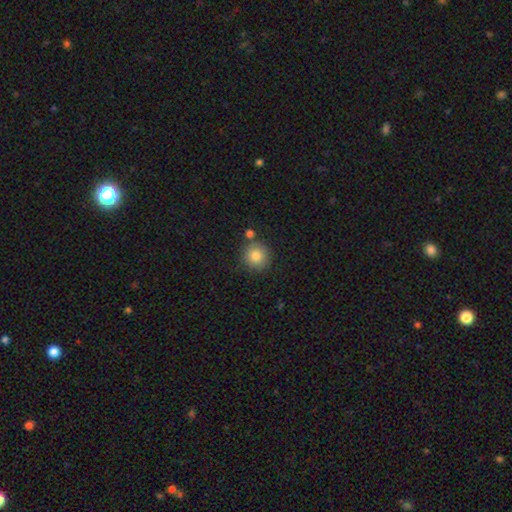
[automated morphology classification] A smooth galaxy with no disk features (83%) that is round (94%).

Vote fractions:
- Smooth or featured? smooth: 83% / star or artifact: 10% / featured or disk: 7%
- How rounded? round: 94% / in between: 5% / cigar-shaped: 1%
- Merging? none: 80% / minor disturbance: 9% / merger: 9% / major disturbance: 3%